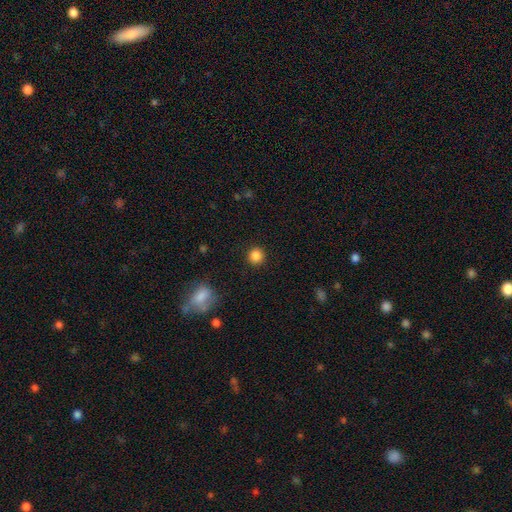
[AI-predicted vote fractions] Smooth or featured: smooth — 86% (star or artifact — 11%)
How rounded: round — 93% (in between — 6%)
Merging: none — 91% (minor disturbance — 5%)